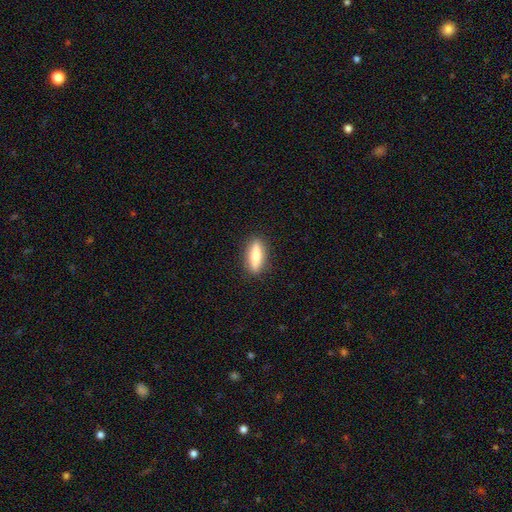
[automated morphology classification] smooth 63%, featured or disk 31%, star or artifact 6%. Down the decision tree: how rounded — cigar-shaped (61%); merging — none (89%).